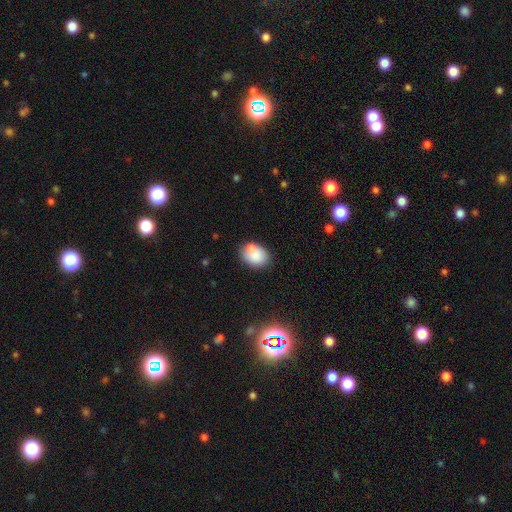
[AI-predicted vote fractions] Overall: smooth (78%). How rounded: in between (67%; round 32%). Merging: none (53%; merger 25%).